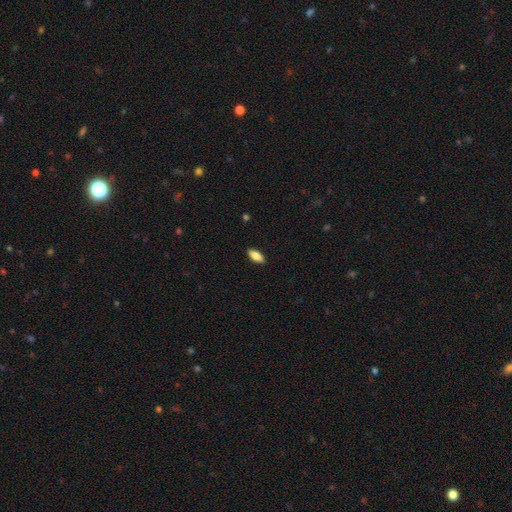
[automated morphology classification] smooth 78%, featured or disk 15%, star or artifact 7%. Down the decision tree: how rounded — in between (82%); merging — none (89%).